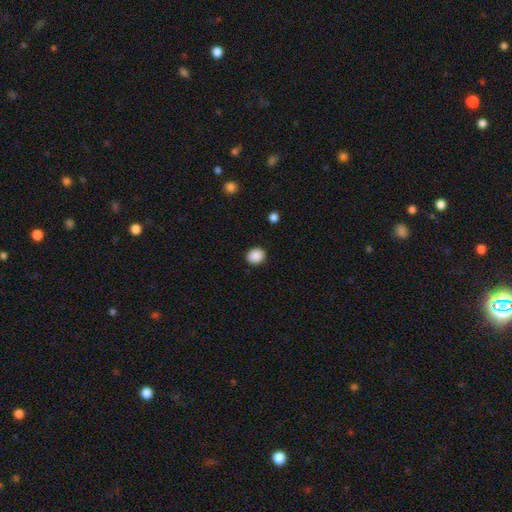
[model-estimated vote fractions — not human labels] smooth 89%, star or artifact 9%, featured or disk 3%. Down the decision tree: how rounded — round (68%); merging — none (89%).